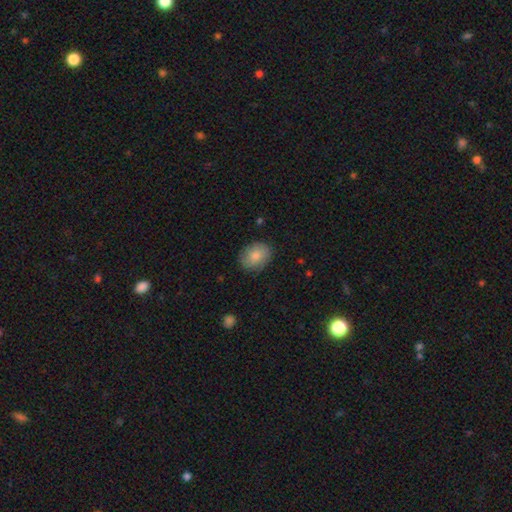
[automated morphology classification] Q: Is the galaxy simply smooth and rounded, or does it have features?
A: smooth — 82%.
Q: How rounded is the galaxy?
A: in between — 64%.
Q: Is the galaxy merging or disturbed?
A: none — 81%.